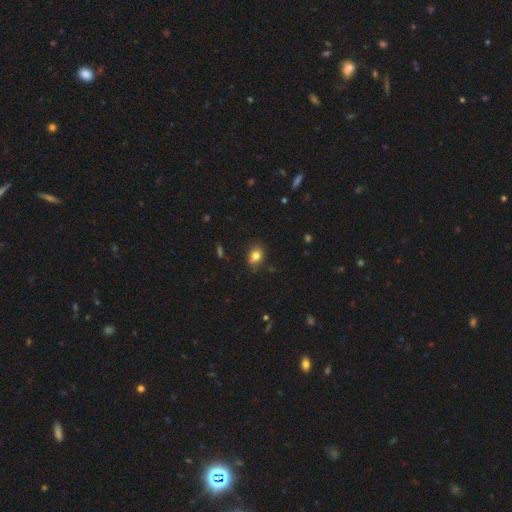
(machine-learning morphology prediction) The model was most divided on "how rounded": in between: 56%, round: 43%, cigar-shaped: 1%. More confident: merging — none (81%); smooth or featured — smooth (80%).